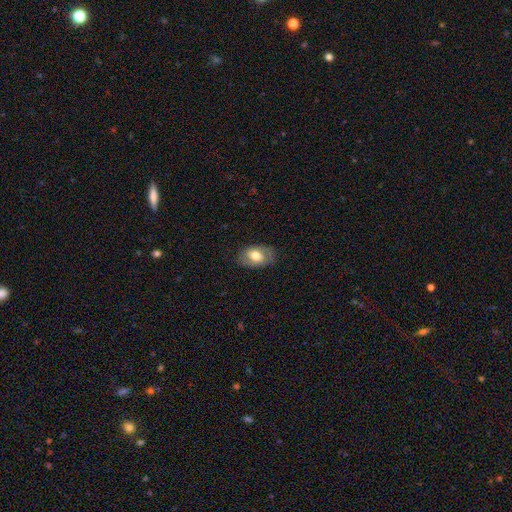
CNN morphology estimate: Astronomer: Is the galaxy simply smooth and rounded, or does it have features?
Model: smooth — 66%.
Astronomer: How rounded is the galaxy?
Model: in between — 87%.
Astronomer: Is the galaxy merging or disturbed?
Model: none — 76%.